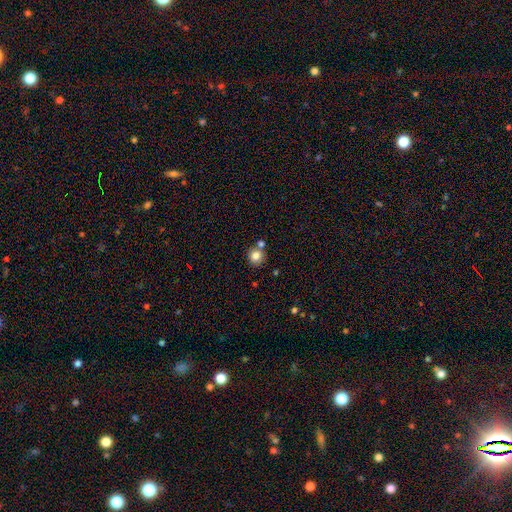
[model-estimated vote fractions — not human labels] smooth 82%, star or artifact 10%, featured or disk 8%. Down the decision tree: how rounded — round (92%); merging — none (68%).